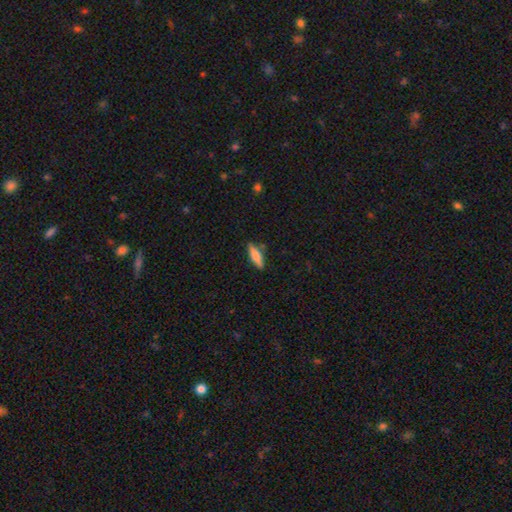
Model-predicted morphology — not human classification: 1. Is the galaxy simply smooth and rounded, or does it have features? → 69% smooth, 25% featured or disk, 6% star or artifact.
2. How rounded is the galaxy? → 62% cigar-shaped, 36% in between, 2% round.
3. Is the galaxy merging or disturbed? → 79% none, 15% minor disturbance, 3% merger, 3% major disturbance.